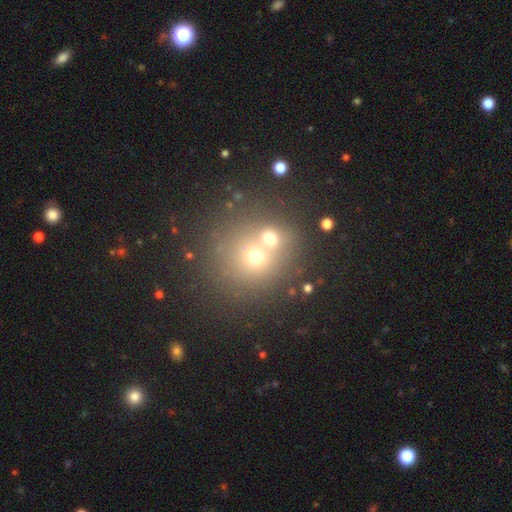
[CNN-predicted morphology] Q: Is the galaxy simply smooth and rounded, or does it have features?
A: smooth — 56%.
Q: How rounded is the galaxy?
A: round — 88%.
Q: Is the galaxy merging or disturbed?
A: none — 46%.